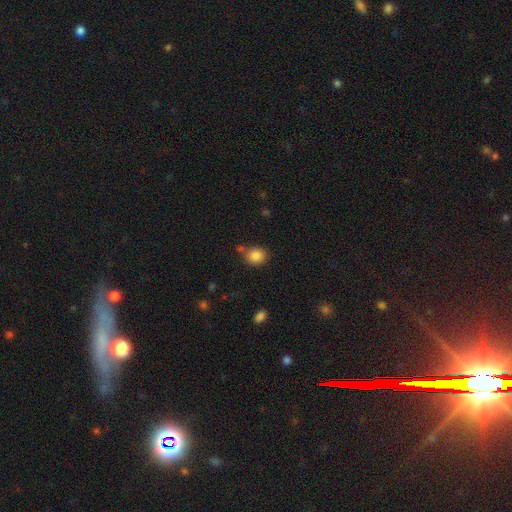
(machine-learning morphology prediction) Smooth or featured?
  - smooth: 85% *
  - star or artifact: 10%
  - featured or disk: 5%
How rounded?
  - round: 72% *
  - in between: 27%
  - cigar-shaped: 1%
Merging?
  - none: 70% *
  - minor disturbance: 14%
  - merger: 11%
  - major disturbance: 4%